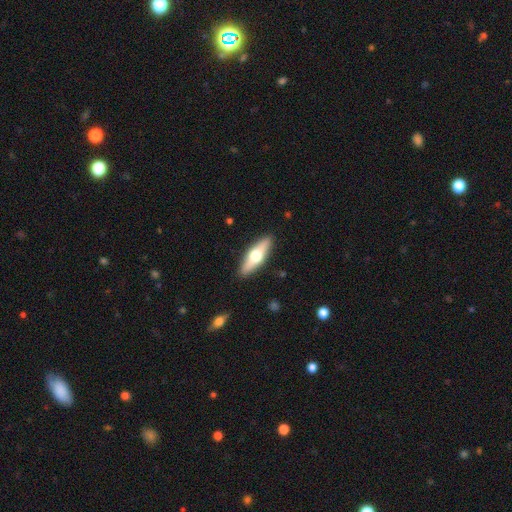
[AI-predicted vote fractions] This is possibly a smooth galaxy (49%). Merging: clearly none (89%).